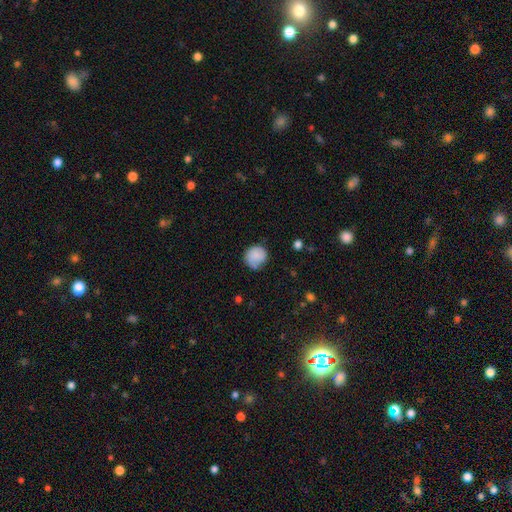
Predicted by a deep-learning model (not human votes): smooth_or_featured: smooth (p=0.80) [alt: featured or disk p=0.12]
how_rounded: round (p=0.85) [alt: in between p=0.14]
merging: none (p=0.63) [alt: minor disturbance p=0.27]